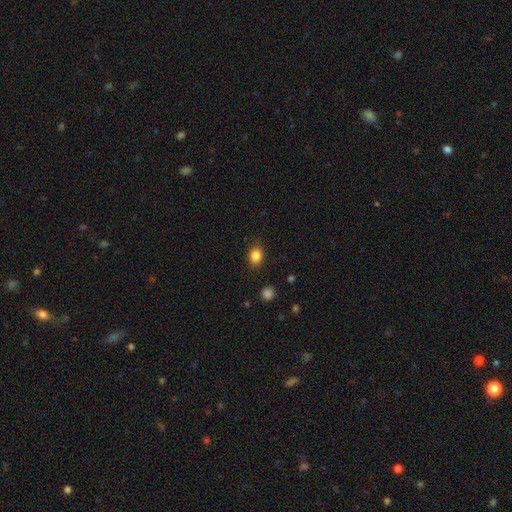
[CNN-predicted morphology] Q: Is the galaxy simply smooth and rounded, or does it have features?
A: smooth — 85%.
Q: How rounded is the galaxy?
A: in between — 59%.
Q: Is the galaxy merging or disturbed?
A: none — 84%.